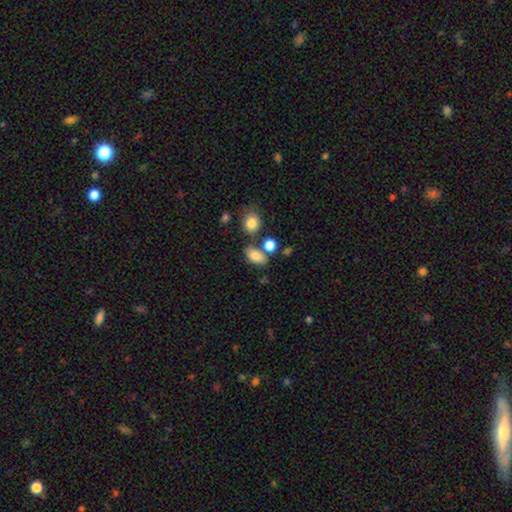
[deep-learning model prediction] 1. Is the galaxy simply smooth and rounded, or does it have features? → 81% smooth, 10% star or artifact, 8% featured or disk.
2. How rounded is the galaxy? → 84% in between, 12% round, 3% cigar-shaped.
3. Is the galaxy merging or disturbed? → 57% none, 21% merger, 16% minor disturbance, 6% major disturbance.